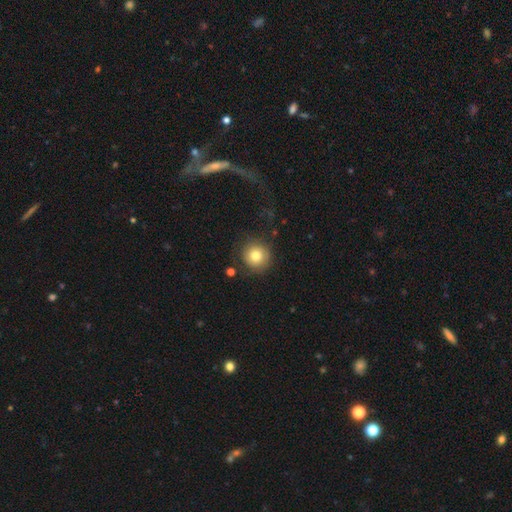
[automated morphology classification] The model was most divided on "smooth or featured": smooth: 79%, featured or disk: 11%, star or artifact: 10%. More confident: how rounded — round (93%); merging — none (80%).